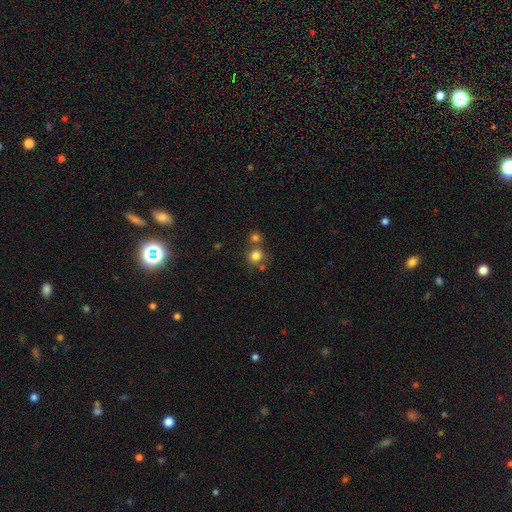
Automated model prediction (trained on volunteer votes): Smooth or featured? Predicted: smooth (p=0.79). How rounded? Predicted: round (p=0.90). Merging? Predicted: none (p=0.65).